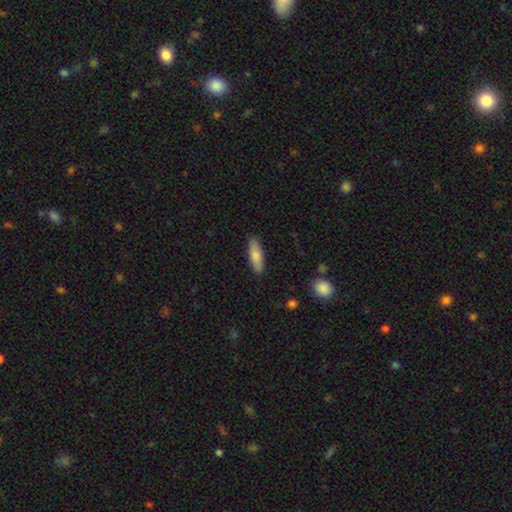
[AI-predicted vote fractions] A smooth galaxy with no disk features (78%) that is cigar-shaped (53%). Merging: none (88%).